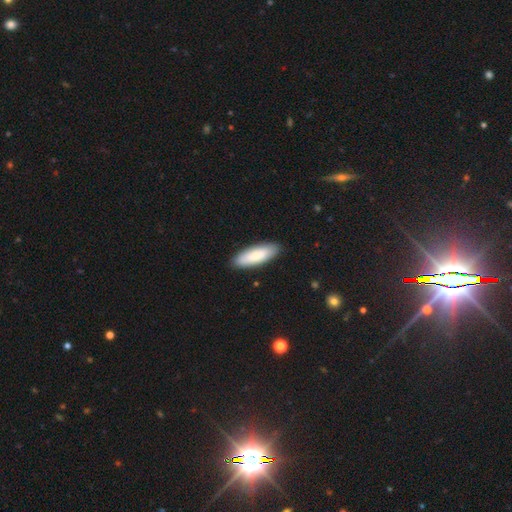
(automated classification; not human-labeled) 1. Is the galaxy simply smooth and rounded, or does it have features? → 83% smooth, 12% featured or disk, 5% star or artifact.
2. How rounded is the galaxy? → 59% in between, 40% cigar-shaped, 2% round.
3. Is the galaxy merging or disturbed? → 89% none, 8% minor disturbance, 2% major disturbance, 1% merger.